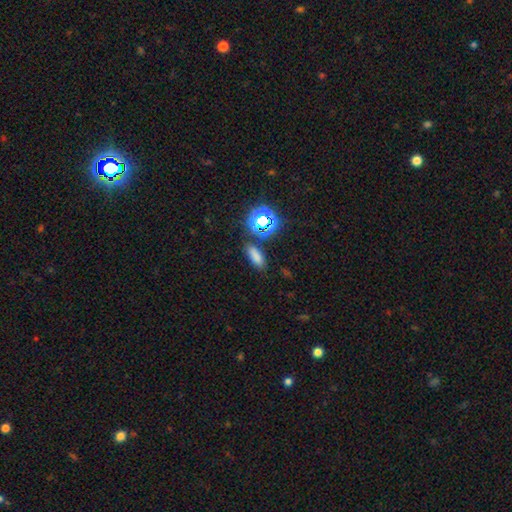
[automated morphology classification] A smooth galaxy with no disk features (69%) that is in between round and cigar-shaped (69%). Merging: none (79%).